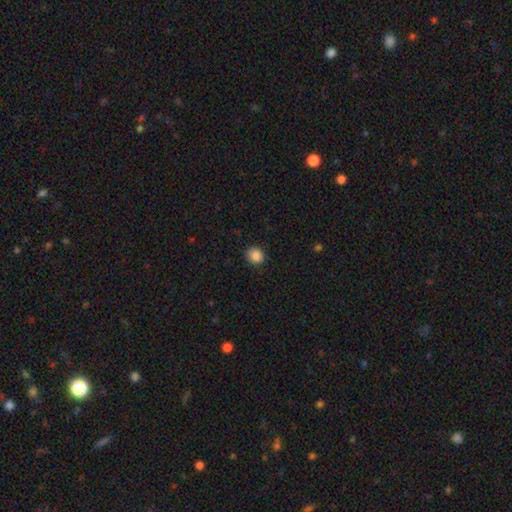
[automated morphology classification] smooth-or-featured: smooth: 87% | star or artifact: 10% | featured or disk: 3%
  how-rounded: round: 81% | in between: 18% | cigar-shaped: 1%
  merging: none: 90% | minor disturbance: 7% | major disturbance: 2% | merger: 1%